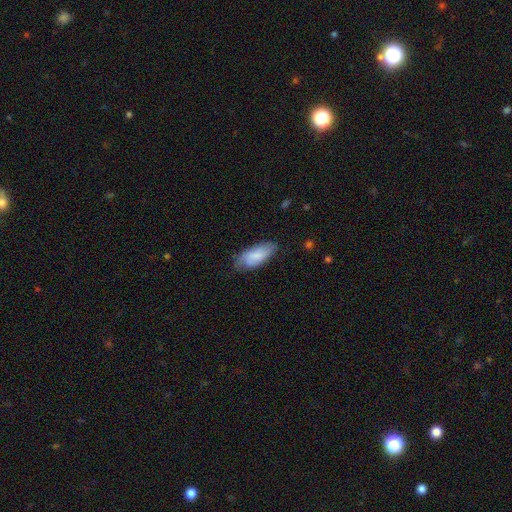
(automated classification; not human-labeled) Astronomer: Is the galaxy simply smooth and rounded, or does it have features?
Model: smooth — 78%.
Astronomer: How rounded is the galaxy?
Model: in between — 85%.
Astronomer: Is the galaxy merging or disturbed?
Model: none — 66%.